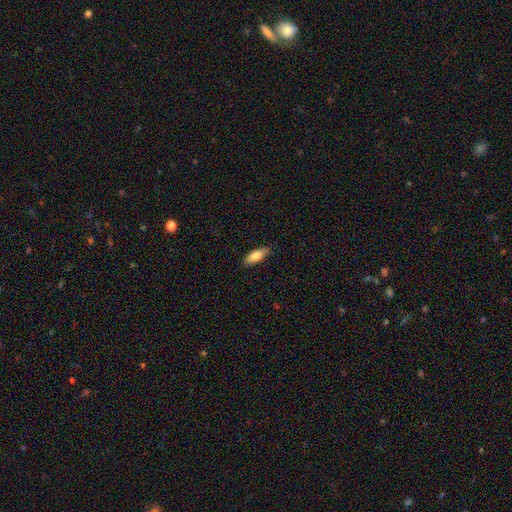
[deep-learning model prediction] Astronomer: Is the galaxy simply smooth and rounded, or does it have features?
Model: smooth — 79%.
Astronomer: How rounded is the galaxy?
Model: in between — 63%.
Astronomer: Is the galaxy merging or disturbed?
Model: none — 85%.